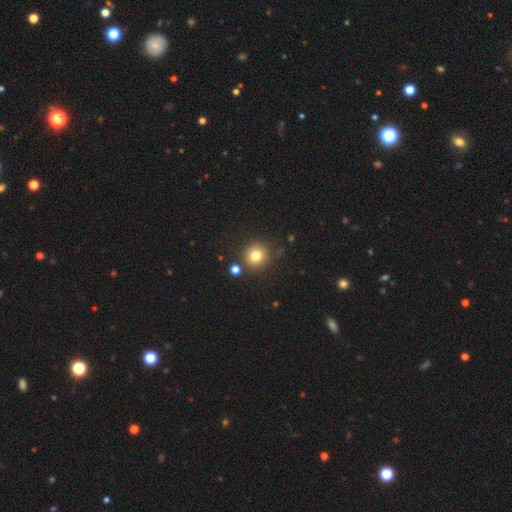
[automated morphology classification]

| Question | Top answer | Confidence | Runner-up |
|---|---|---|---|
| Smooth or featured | smooth | 78% | star or artifact (13%) |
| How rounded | round | 93% | in between (6%) |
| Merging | none | 84% | minor disturbance (8%) |